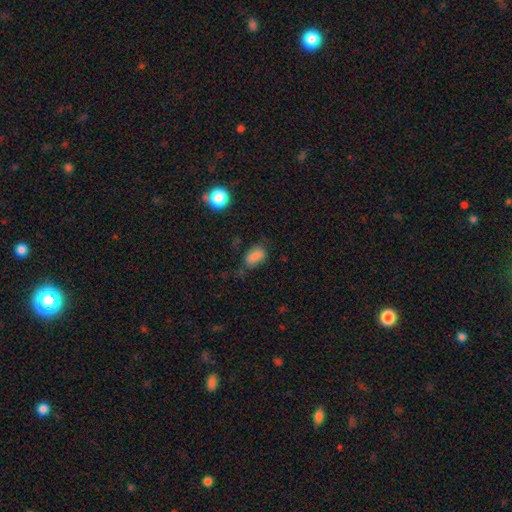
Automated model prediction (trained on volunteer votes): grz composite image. It shows a smooth galaxy with no disk features (82%) that is in between round and cigar-shaped (87%). Merging: none (61%).